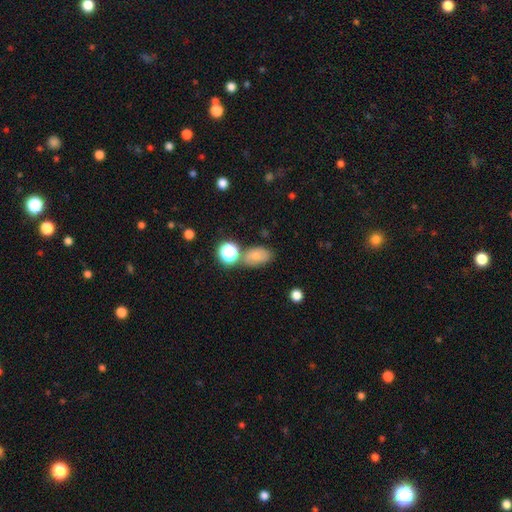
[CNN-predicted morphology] Smooth or featured? smooth (73%)
How rounded? in between (82%)
Merging? none (63%)